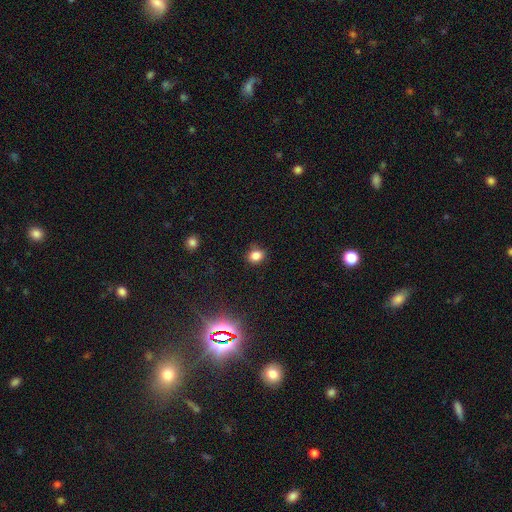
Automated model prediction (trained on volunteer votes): Smooth or featured? smooth (81%)
How rounded? round (60%)
Merging? none (80%)